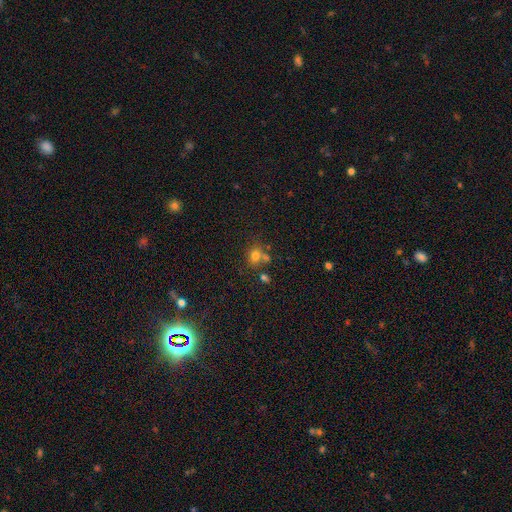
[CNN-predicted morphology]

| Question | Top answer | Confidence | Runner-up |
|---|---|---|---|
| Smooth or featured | smooth | 73% | star or artifact (16%) |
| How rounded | round | 61% | in between (37%) |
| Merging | none | 53% | merger (26%) |